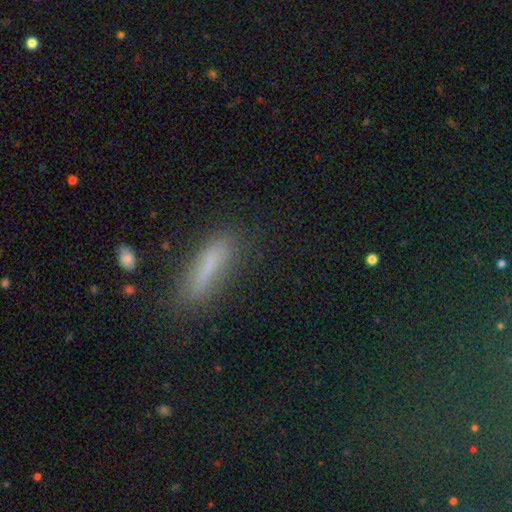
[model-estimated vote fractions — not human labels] smooth-or-featured: smooth: 64% | featured or disk: 18% | star or artifact: 18%
  how-rounded: cigar-shaped: 81% | in between: 17% | round: 2%
  merging: none: 78% | minor disturbance: 15% | major disturbance: 5% | merger: 2%